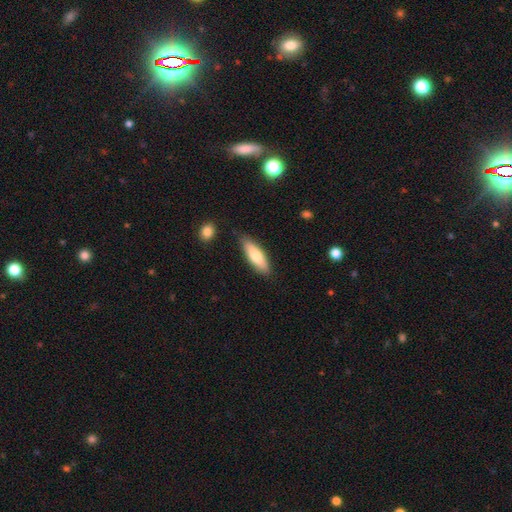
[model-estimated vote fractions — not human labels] A smooth galaxy with no disk features (74%) that is in between round and cigar-shaped (50%).

Vote fractions:
- Smooth or featured? smooth: 74% / featured or disk: 20% / star or artifact: 6%
- How rounded? in between: 50% / cigar-shaped: 49% / round: 2%
- Merging? none: 84% / minor disturbance: 12% / major disturbance: 2% / merger: 2%